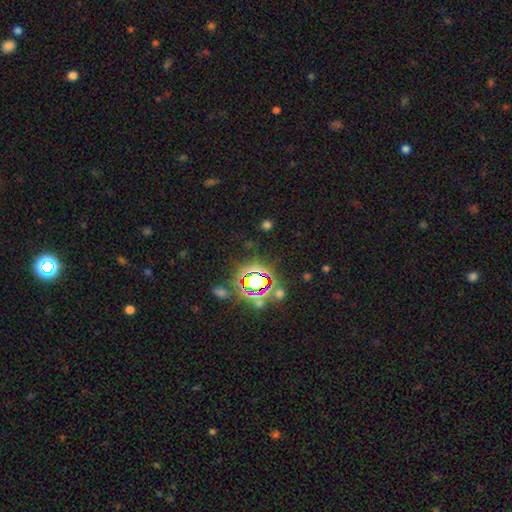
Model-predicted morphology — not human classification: Smooth or featured? star or artifact (81%)